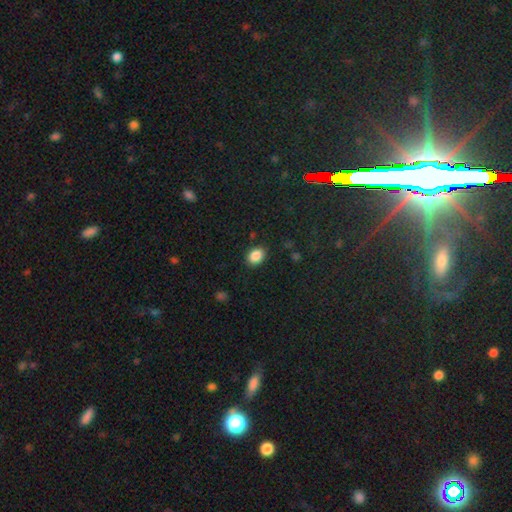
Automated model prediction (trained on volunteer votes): Smooth or featured? smooth (87%)
How rounded? in between (66%)
Merging? none (86%)